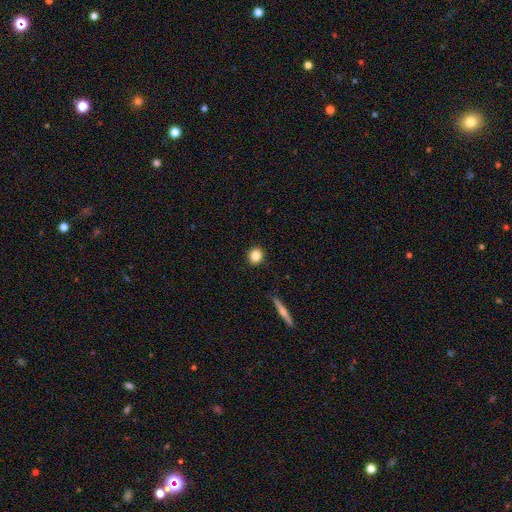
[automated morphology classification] The model was most divided on "how rounded": round: 77%, in between: 21%, cigar-shaped: 2%. More confident: merging — none (90%); smooth or featured — smooth (86%).